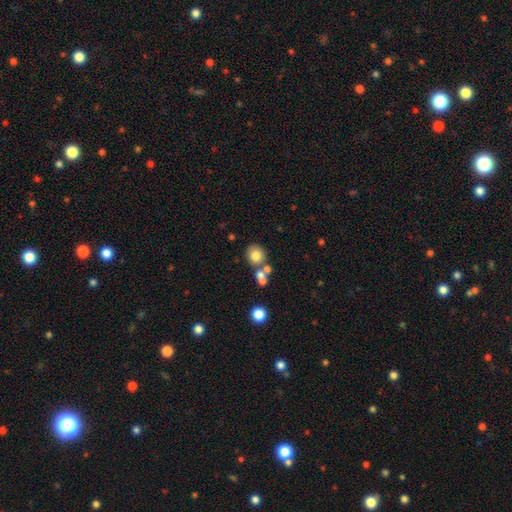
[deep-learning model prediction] A smooth galaxy with no disk features (74%) that is round (82%). Merging: none (60%).